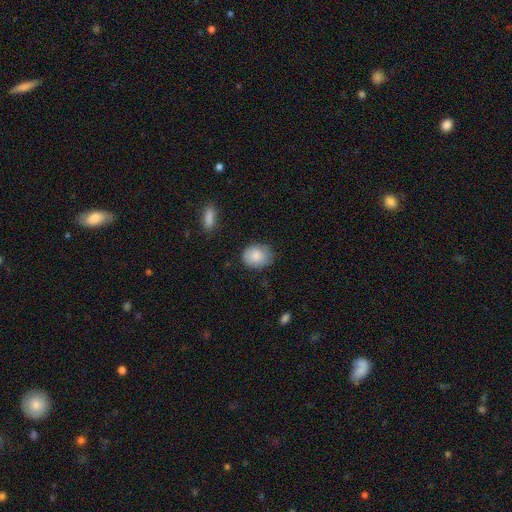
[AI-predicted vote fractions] A smooth galaxy with no disk features (86%) that is round (50%).

Vote fractions:
- Smooth or featured? smooth: 86% / featured or disk: 8% / star or artifact: 7%
- How rounded? round: 50% / in between: 49% / cigar-shaped: 1%
- Merging? none: 75% / minor disturbance: 20% / major disturbance: 4% / merger: 2%